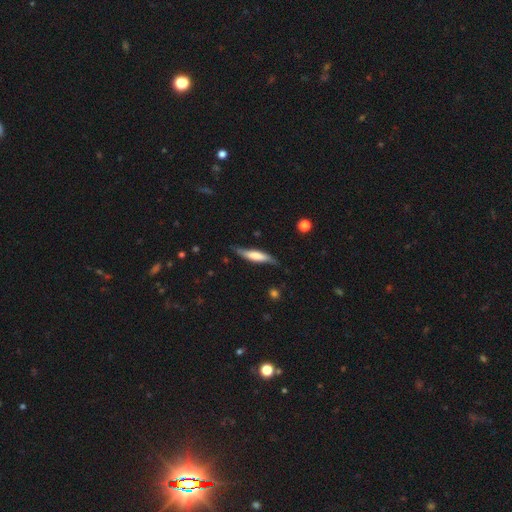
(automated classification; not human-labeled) smooth_or_featured: smooth (p=0.54) [alt: featured or disk p=0.41]
how_rounded: cigar-shaped (p=0.79) [alt: in between p=0.19]
merging: none (p=0.71) [alt: minor disturbance p=0.23]